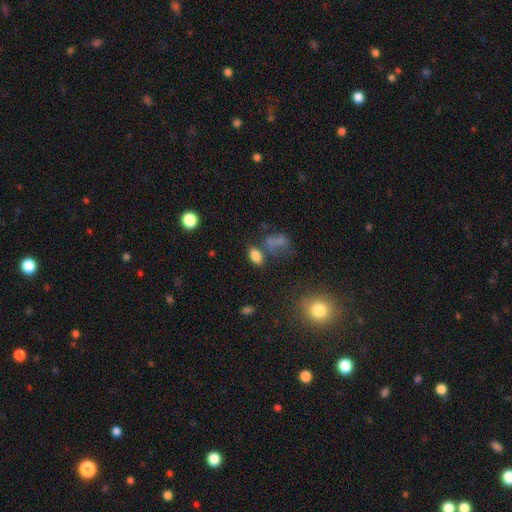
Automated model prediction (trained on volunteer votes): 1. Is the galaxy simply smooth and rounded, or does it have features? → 80% smooth, 13% star or artifact, 7% featured or disk.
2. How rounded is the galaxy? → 88% in between, 9% round, 3% cigar-shaped.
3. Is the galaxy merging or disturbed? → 63% none, 17% merger, 14% minor disturbance, 7% major disturbance.